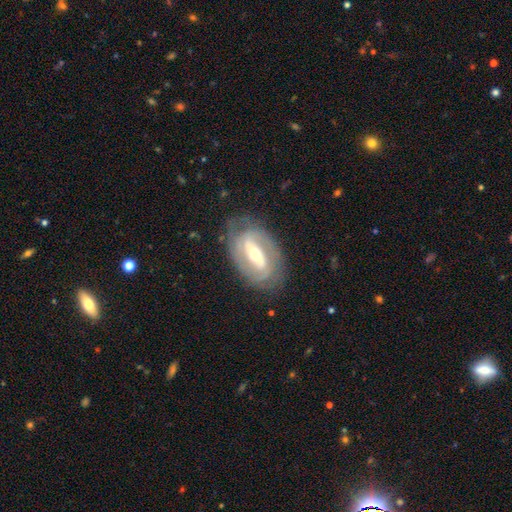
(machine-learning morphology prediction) A featured or disk galaxy (82%) with a strong bar (58%), 2 (70%) tight (53%) spiral arms (85%) and a moderate central bulge (60%). Merging: none (79%).